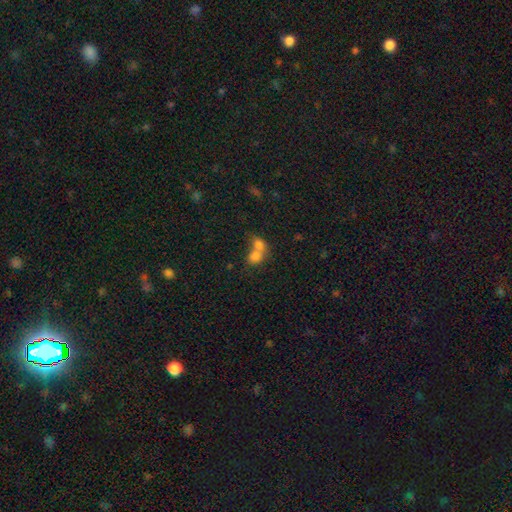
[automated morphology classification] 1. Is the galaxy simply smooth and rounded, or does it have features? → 75% smooth, 15% featured or disk, 10% star or artifact.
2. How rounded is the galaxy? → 49% round (tied), 49% in between (tied), 1% cigar-shaped.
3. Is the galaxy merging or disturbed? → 73% merger, 18% none, 5% minor disturbance, 4% major disturbance.